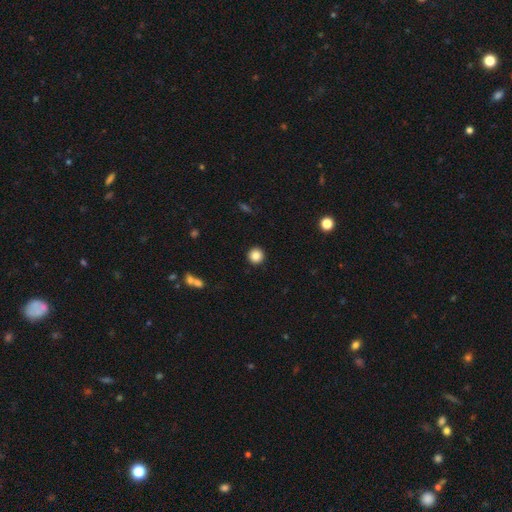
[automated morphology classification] This appears to be a smooth galaxy with no disk features (86%) that is round (95%). Merging: none (93%).